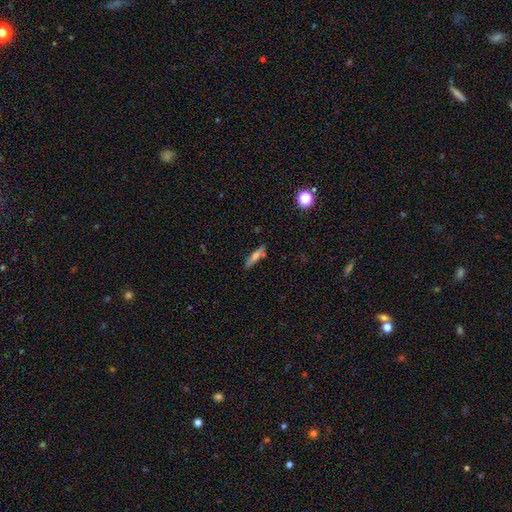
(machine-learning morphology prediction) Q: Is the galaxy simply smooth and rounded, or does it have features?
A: smooth — 60%.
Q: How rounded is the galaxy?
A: cigar-shaped — 79%.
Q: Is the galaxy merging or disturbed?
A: none — 79%.